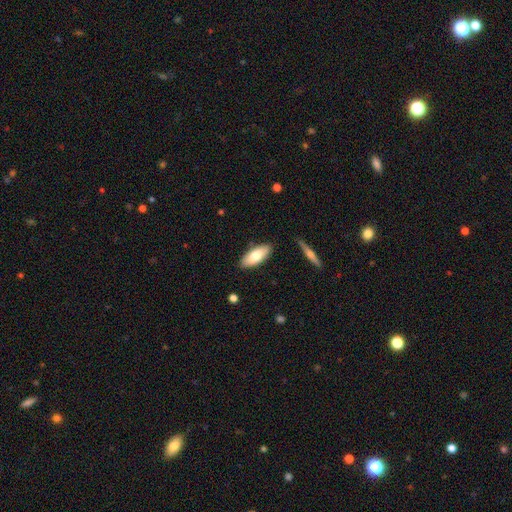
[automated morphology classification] type=smooth (76%); roundness=in between (79%); merging=none (86%).